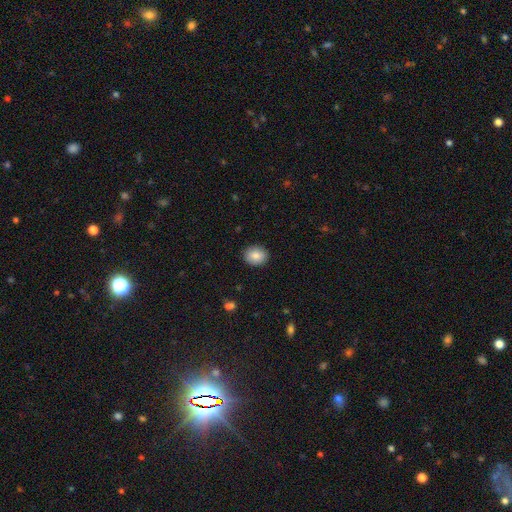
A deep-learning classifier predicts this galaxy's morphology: Smooth or featured: smooth — 85% (star or artifact — 8%)
How rounded: round — 59% (in between — 40%)
Merging: none — 90% (minor disturbance — 7%)